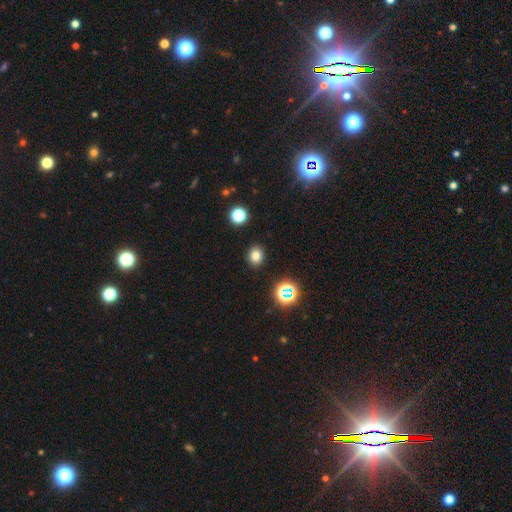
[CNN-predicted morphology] smooth-or-featured: smooth: 77% | star or artifact: 17% | featured or disk: 6%
  how-rounded: round: 57% | in between: 42% | cigar-shaped: 1%
  merging: none: 89% | minor disturbance: 7% | major disturbance: 2% | merger: 2%